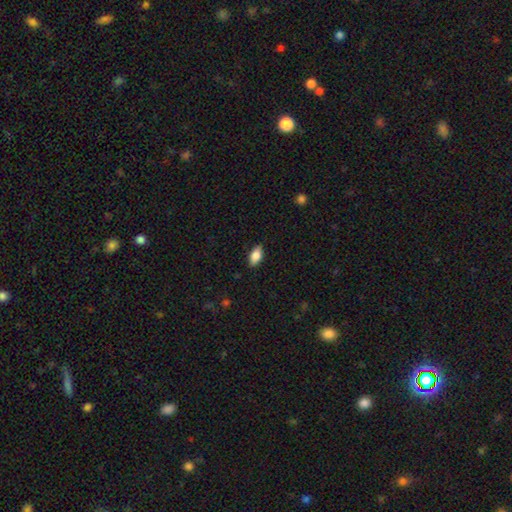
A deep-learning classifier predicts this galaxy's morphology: smooth 81%, featured or disk 12%, star or artifact 7%. Down the decision tree: how rounded — in between (90%); merging — none (87%).